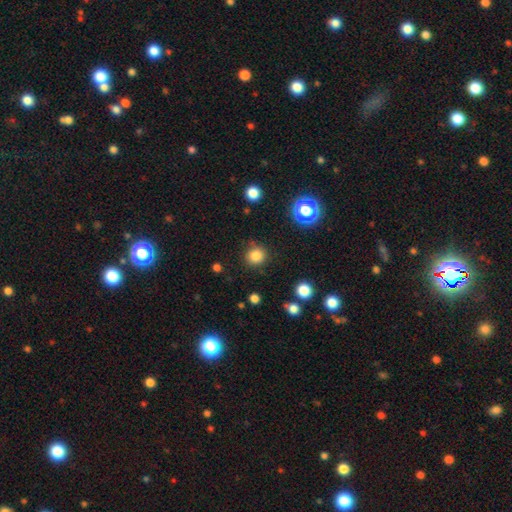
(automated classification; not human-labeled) Q: Smooth or featured?
A: smooth (82%); runner-up: star or artifact (13%)
Q: How rounded?
A: round (90%); runner-up: in between (9%)
Q: Merging?
A: none (86%); runner-up: minor disturbance (9%)